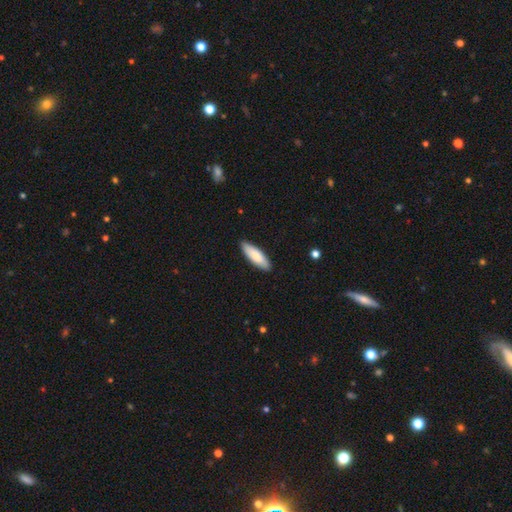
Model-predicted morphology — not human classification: A smooth galaxy with no disk features (82%) that is in between round and cigar-shaped (56%). Merging: none (89%).